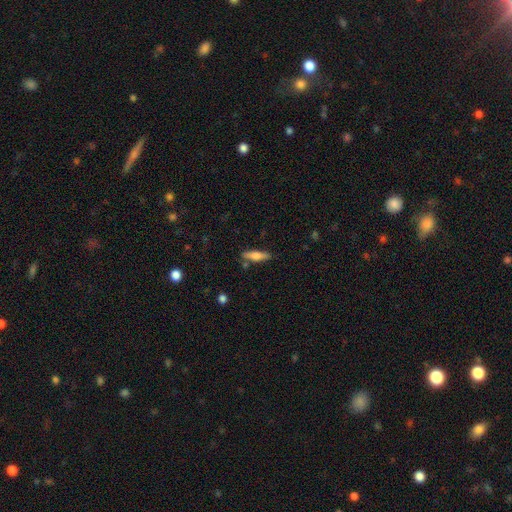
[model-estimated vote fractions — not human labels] smooth-or-featured: smooth: 64% | featured or disk: 30% | star or artifact: 6%
  how-rounded: cigar-shaped: 68% | in between: 30% | round: 2%
  merging: none: 80% | minor disturbance: 13% | merger: 5% | major disturbance: 3%